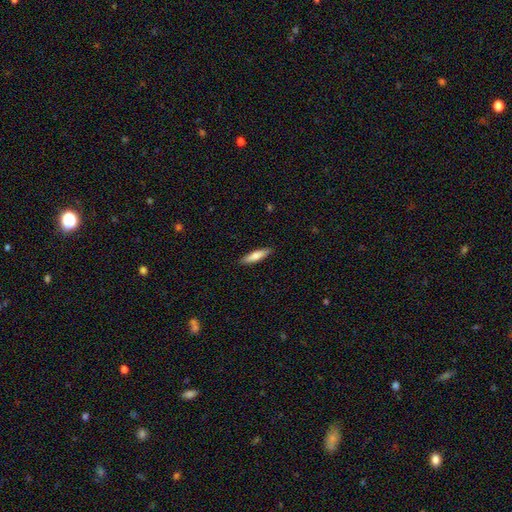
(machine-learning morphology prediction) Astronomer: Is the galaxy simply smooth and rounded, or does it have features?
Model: smooth — 75%.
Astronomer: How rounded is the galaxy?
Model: cigar-shaped — 76%.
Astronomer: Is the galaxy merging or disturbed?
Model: none — 89%.